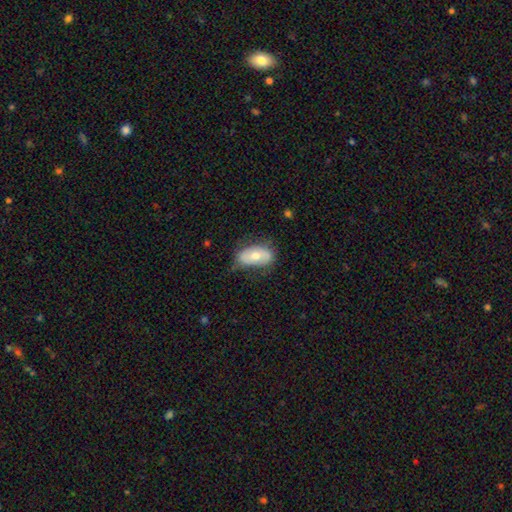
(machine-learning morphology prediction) A smooth galaxy with no disk features (57%) that is in between round and cigar-shaped (92%).

Vote fractions:
- Smooth or featured? smooth: 57% / featured or disk: 36% / star or artifact: 6%
- How rounded? in between: 92% / round: 5% / cigar-shaped: 3%
- Merging? none: 63% / minor disturbance: 28% / major disturbance: 8% / merger: 2%